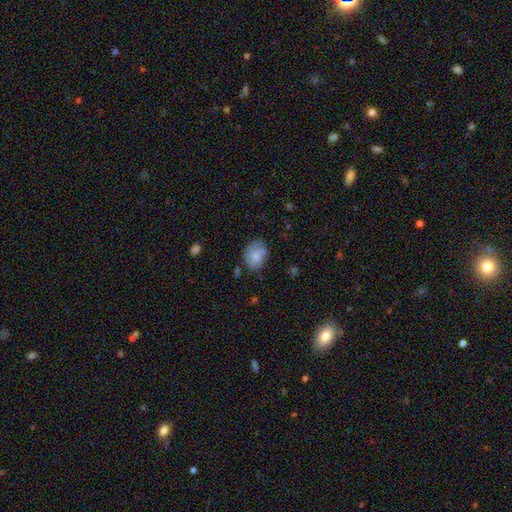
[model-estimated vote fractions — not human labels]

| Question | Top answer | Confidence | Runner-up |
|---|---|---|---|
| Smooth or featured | smooth | 75% | featured or disk (18%) |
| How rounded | in between | 71% | round (28%) |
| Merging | none | 60% | minor disturbance (27%) |